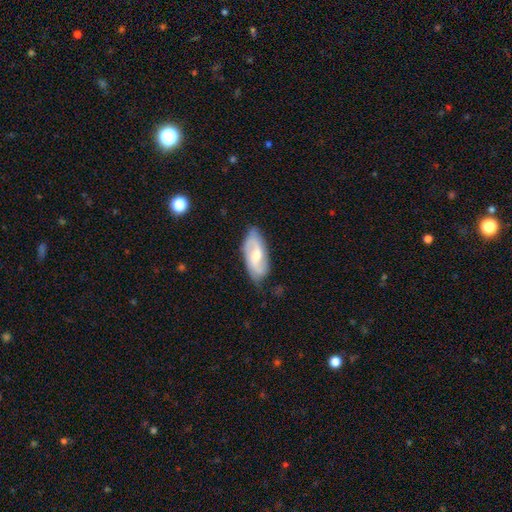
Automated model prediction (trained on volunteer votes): Q: Smooth or featured?
A: featured or disk (71%); runner-up: smooth (23%)
Q: Edge-on disk?
A: no (93%); runner-up: yes (7%)
Q: Bar?
A: weak (51%); runner-up: no (37%)
Q: Spiral arms?
A: yes (92%); runner-up: no (8%)
Q: Spiral winding?
A: medium (46%); runner-up: loose (33%)
Q: Spiral arm count?
A: 2 (82%); runner-up: can't tell (10%)
Q: Bulge size?
A: moderate (62%); runner-up: small (28%)
Q: Merging?
A: none (76%); runner-up: minor disturbance (19%)